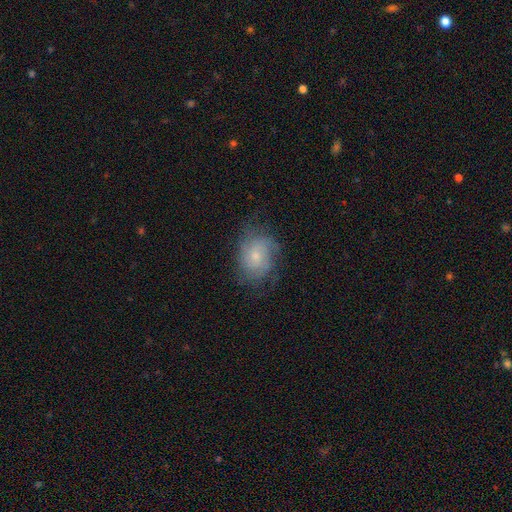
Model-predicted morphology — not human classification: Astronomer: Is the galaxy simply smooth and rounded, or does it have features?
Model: featured or disk — 57% (runner-up: smooth, 33%).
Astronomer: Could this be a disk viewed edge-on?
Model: no — 97%.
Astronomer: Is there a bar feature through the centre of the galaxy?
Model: no — 75%.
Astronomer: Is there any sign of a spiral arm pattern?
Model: yes — 86%.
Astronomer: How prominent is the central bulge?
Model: small — 58% (runner-up: moderate, 34%).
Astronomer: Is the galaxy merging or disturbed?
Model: none — 67%.